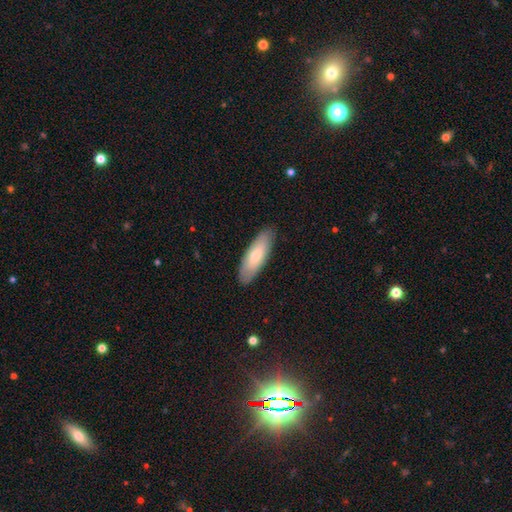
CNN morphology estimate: Q: Smooth or featured?
A: smooth (74%); runner-up: featured or disk (21%)
Q: How rounded?
A: in between (61%); runner-up: cigar-shaped (37%)
Q: Merging?
A: none (87%); runner-up: minor disturbance (10%)